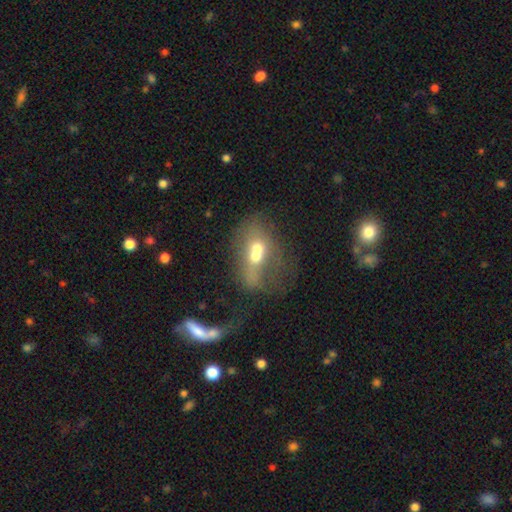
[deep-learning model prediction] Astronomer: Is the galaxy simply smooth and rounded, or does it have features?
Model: smooth — 44% (runner-up: featured or disk, 42%).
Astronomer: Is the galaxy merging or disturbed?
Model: merger — 61%.